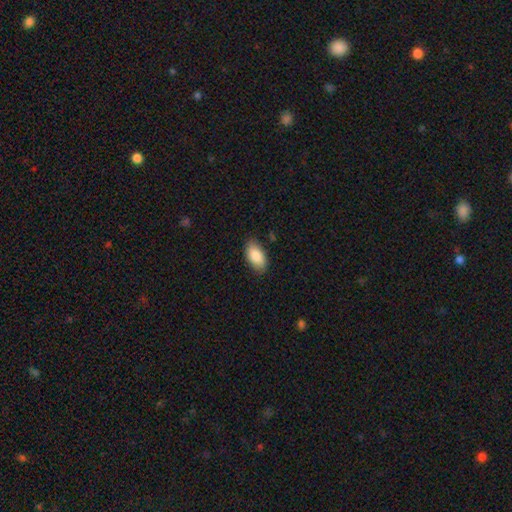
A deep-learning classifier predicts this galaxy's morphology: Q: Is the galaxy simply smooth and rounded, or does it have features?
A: smooth — 87%.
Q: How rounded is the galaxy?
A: in between — 94%.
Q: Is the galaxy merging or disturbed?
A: none — 84%.